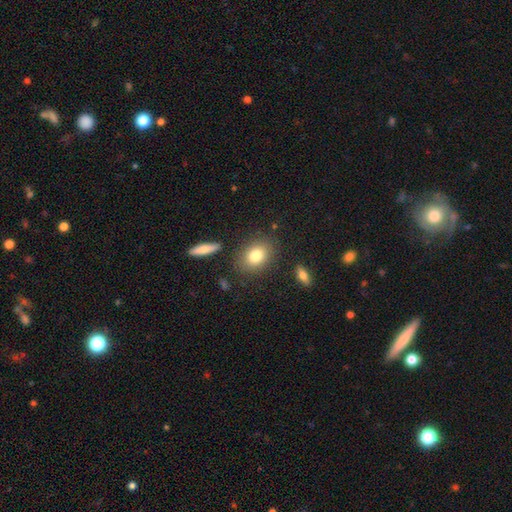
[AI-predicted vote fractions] smooth_or_featured: smooth (p=0.80) [alt: featured or disk p=0.11]
how_rounded: in between (p=0.66) [alt: round p=0.32]
merging: none (p=0.82) [alt: minor disturbance p=0.11]